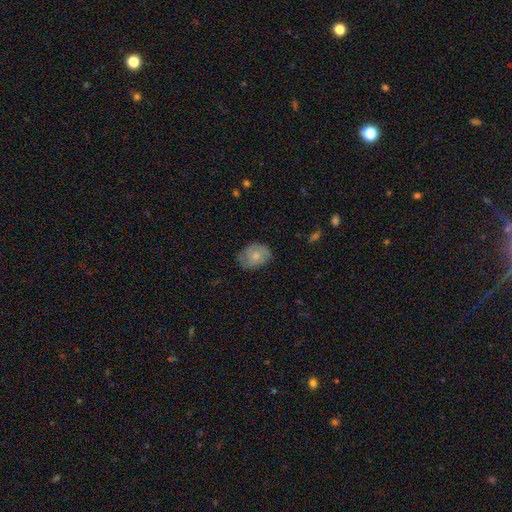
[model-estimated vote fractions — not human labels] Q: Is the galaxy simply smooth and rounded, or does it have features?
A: smooth — 70%.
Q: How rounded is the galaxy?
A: in between — 61%.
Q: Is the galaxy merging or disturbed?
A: none — 69%.